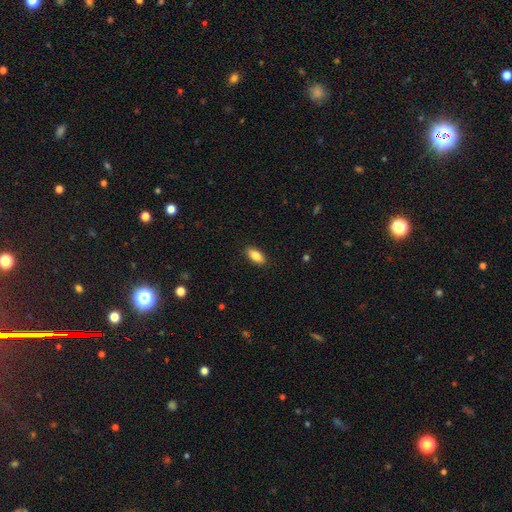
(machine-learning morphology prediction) Smooth or featured?
  - smooth: 85% *
  - featured or disk: 8%
  - star or artifact: 7%
How rounded?
  - in between: 89% *
  - cigar-shaped: 8%
  - round: 3%
Merging?
  - none: 89% *
  - minor disturbance: 8%
  - major disturbance: 2%
  - merger: 1%